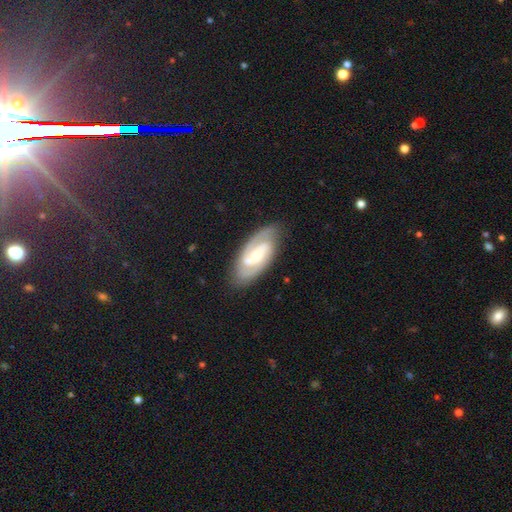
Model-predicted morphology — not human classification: smooth_or_featured: featured or disk (p=0.85) [alt: smooth p=0.10]
disk_edge_on: no (p=0.95) [alt: yes p=0.05]
bar: weak (p=0.47) [alt: no p=0.29]
has_spiral_arms: yes (p=0.96) [alt: no p=0.04]
spiral_winding: medium (p=0.46) [alt: tight p=0.43]
spiral_arm_count: 2 (p=0.87) [alt: can't tell p=0.05]
bulge_size: moderate (p=0.51) [alt: small p=0.42]
merging: none (p=0.83) [alt: minor disturbance p=0.12]